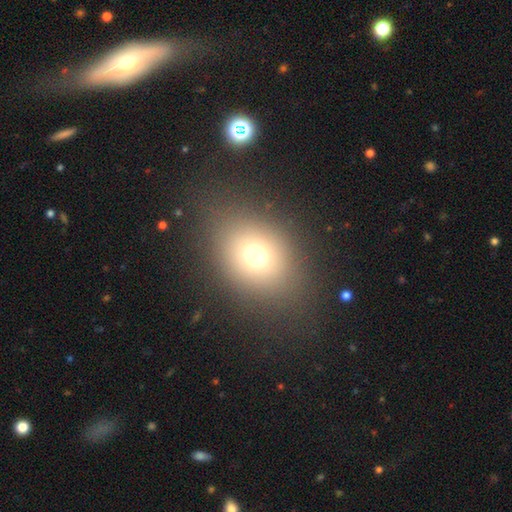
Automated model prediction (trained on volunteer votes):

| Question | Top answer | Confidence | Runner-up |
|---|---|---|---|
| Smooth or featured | smooth | 70% | star or artifact (17%) |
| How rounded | in between | 56% | round (43%) |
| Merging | none | 80% | minor disturbance (12%) |